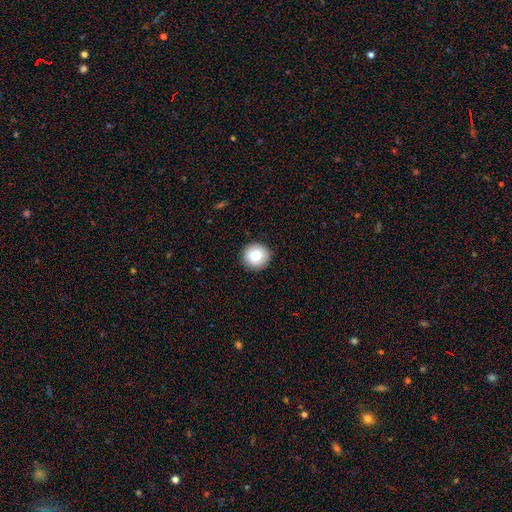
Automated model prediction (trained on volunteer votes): smooth_or_featured: smooth (p=0.79) [alt: featured or disk p=0.12]
how_rounded: round (p=0.95) [alt: in between p=0.04]
merging: none (p=0.92) [alt: minor disturbance p=0.06]